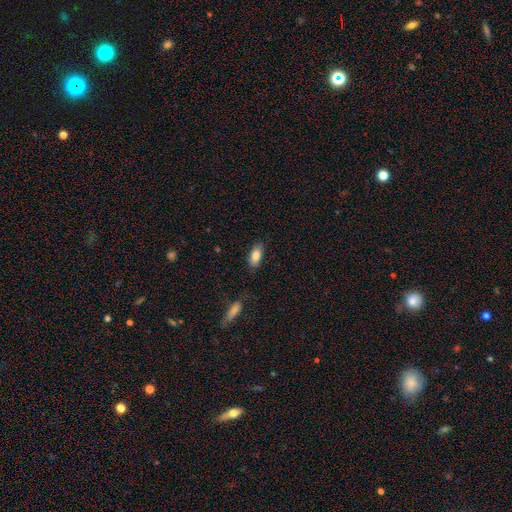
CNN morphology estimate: A smooth galaxy with no disk features (84%) that is in between round and cigar-shaped (88%). Merging: none (81%).